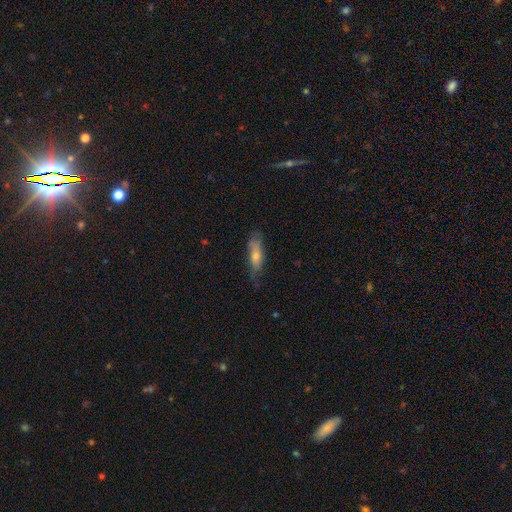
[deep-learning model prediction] smooth-or-featured: smooth: 65% | featured or disk: 29% | star or artifact: 6%
  how-rounded: in between: 51% | cigar-shaped: 47% | round: 2%
  merging: none: 60% | minor disturbance: 30% | major disturbance: 9% | merger: 2%